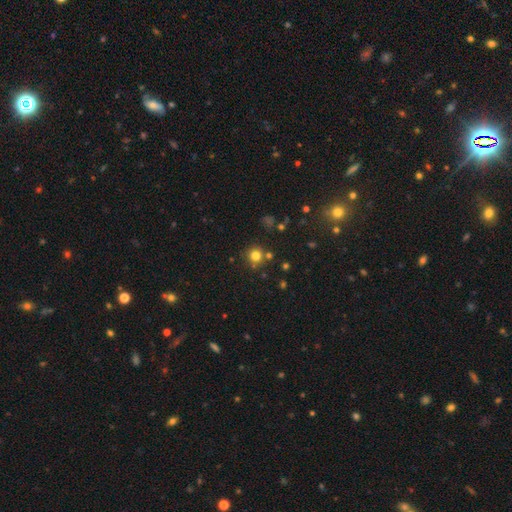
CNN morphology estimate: This is likely a smooth galaxy (77%). How rounded: clearly round (92%). Merging: likely none (79%).